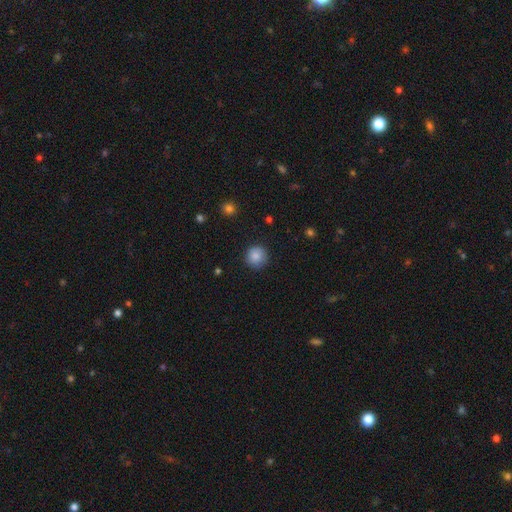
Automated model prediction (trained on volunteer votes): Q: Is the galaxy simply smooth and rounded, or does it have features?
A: smooth — 86%.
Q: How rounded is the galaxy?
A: round — 94%.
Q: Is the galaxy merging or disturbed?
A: none — 88%.